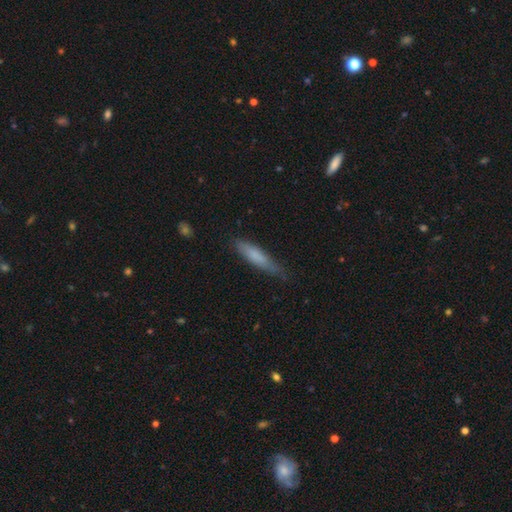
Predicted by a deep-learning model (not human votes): Smooth or featured: smooth — 76% (featured or disk — 18%)
How rounded: cigar-shaped — 82% (in between — 16%)
Merging: none — 69% (minor disturbance — 24%)